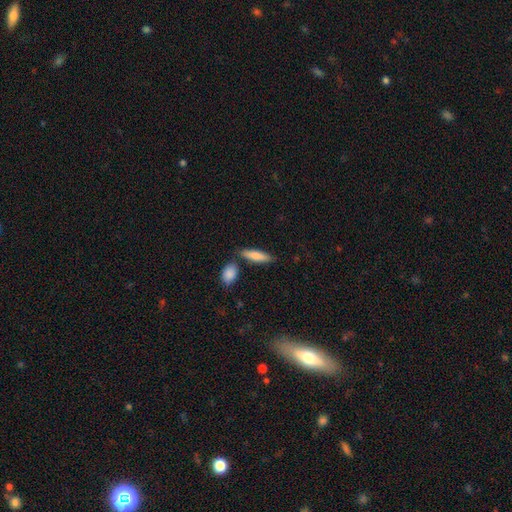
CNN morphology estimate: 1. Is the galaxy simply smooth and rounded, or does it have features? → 80% smooth, 15% featured or disk, 5% star or artifact.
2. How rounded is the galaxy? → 59% cigar-shaped, 38% in between, 2% round.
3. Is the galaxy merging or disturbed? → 73% none, 12% minor disturbance, 12% merger, 3% major disturbance.